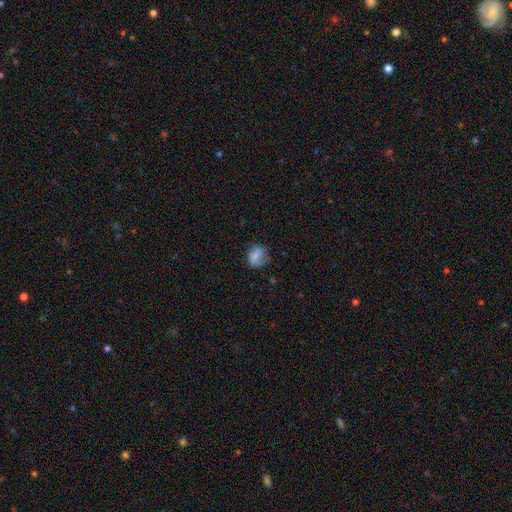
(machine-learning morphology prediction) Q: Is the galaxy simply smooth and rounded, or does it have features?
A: smooth — 71%.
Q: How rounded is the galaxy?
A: round — 49%, tied with in between.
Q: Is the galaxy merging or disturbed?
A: none — 52%.